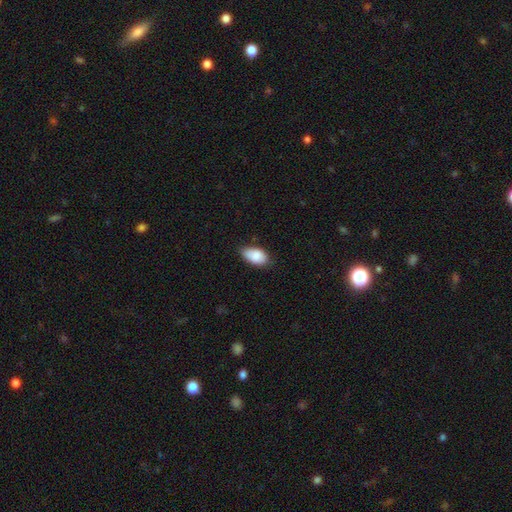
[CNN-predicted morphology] smooth 86%, featured or disk 8%, star or artifact 7%. Down the decision tree: how rounded — in between (93%); merging — none (67%).